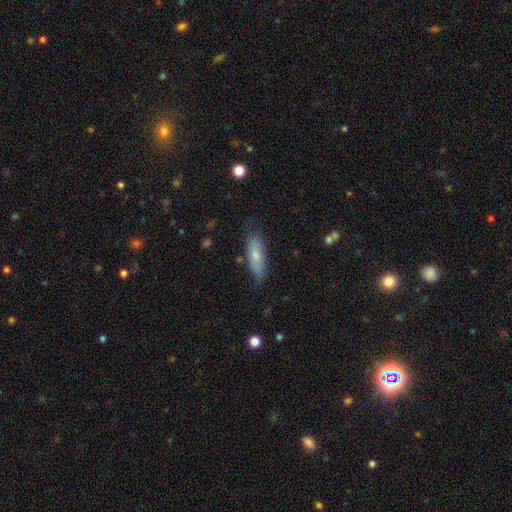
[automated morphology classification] smooth_or_featured: smooth (p=0.66) [alt: featured or disk p=0.27]
how_rounded: in between (p=0.60) [alt: cigar-shaped p=0.38]
merging: none (p=0.66) [alt: minor disturbance p=0.26]